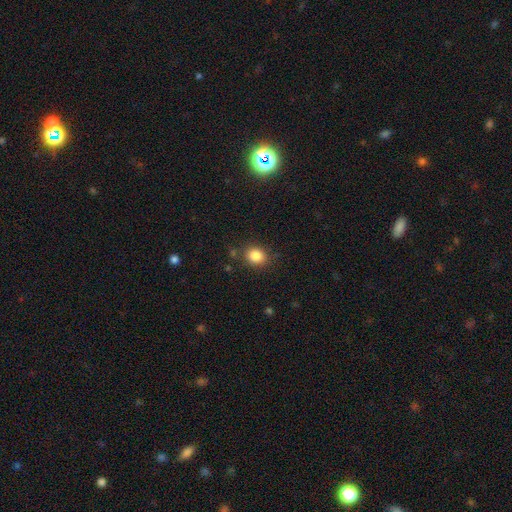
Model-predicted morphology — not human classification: type=smooth (85%); roundness=round (63%); merging=none (83%).